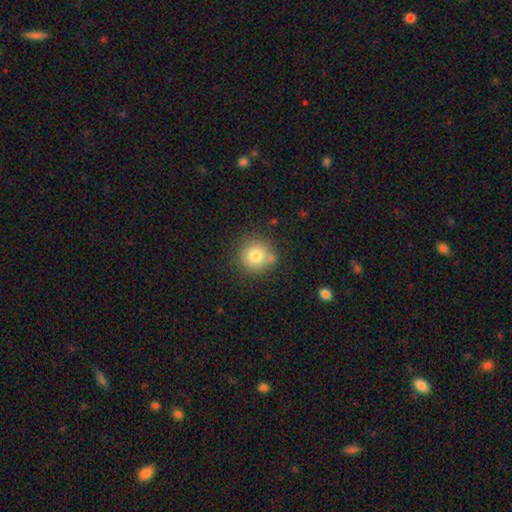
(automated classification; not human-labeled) Overall: smooth (79%). How rounded: round (90%). Merging: none (74%).